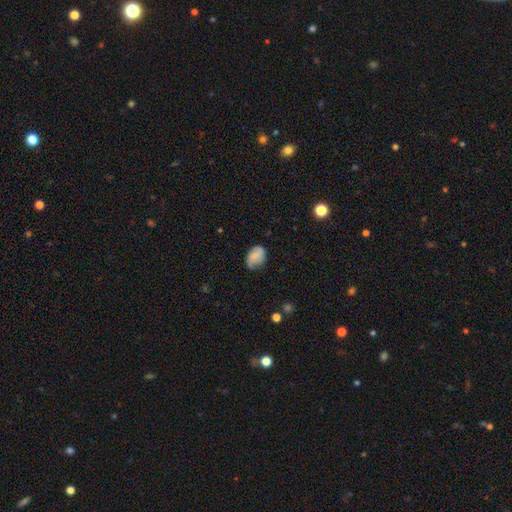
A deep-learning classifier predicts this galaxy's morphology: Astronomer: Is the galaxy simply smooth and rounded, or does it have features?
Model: smooth — 69%.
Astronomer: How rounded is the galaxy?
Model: in between — 72%.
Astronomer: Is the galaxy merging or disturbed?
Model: none — 55% (runner-up: minor disturbance, 34%).